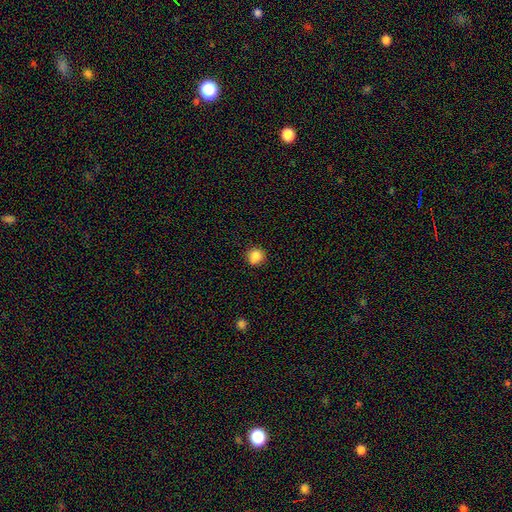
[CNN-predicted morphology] Q: Smooth or featured?
A: smooth (85%); runner-up: star or artifact (11%)
Q: How rounded?
A: round (91%); runner-up: in between (8%)
Q: Merging?
A: none (87%); runner-up: minor disturbance (9%)